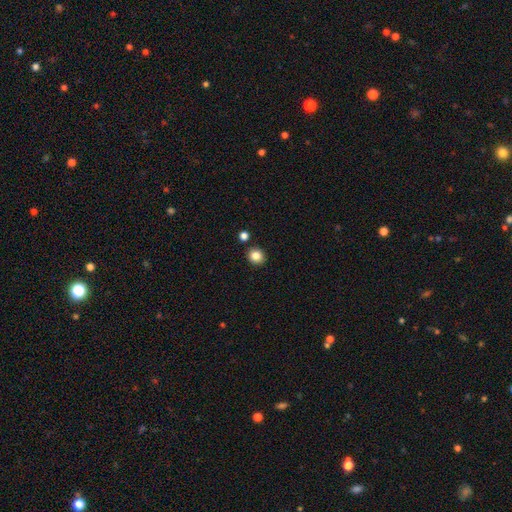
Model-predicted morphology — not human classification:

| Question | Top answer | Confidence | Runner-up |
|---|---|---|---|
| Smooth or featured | smooth | 84% | star or artifact (11%) |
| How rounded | round | 86% | in between (13%) |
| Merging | none | 88% | minor disturbance (6%) |